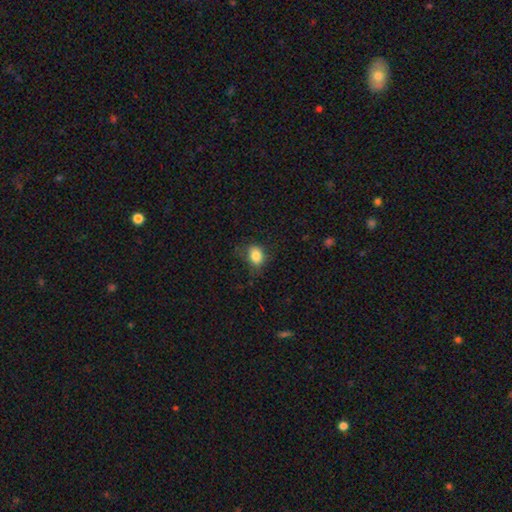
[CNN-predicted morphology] Smooth or featured? smooth (83%)
How rounded? in between (60%)
Merging? none (68%)